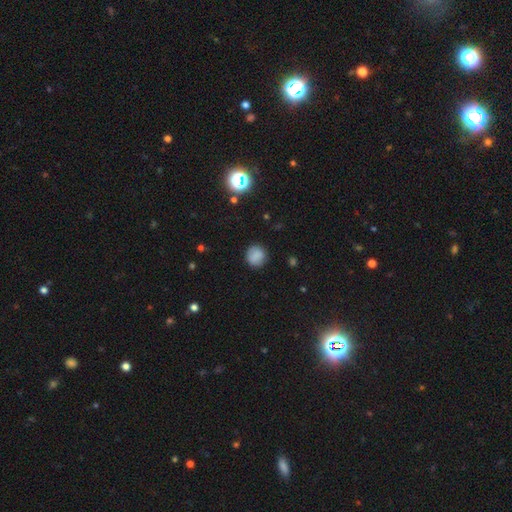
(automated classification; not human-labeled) Overall: smooth (84%). How rounded: round (89%). Merging: none (87%).